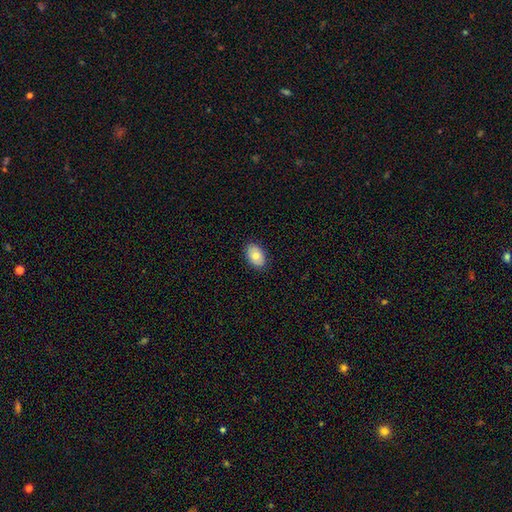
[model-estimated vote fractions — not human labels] Smooth or featured: smooth — 76% (featured or disk — 17%)
How rounded: in between — 88% (round — 11%)
Merging: none — 87% (minor disturbance — 10%)